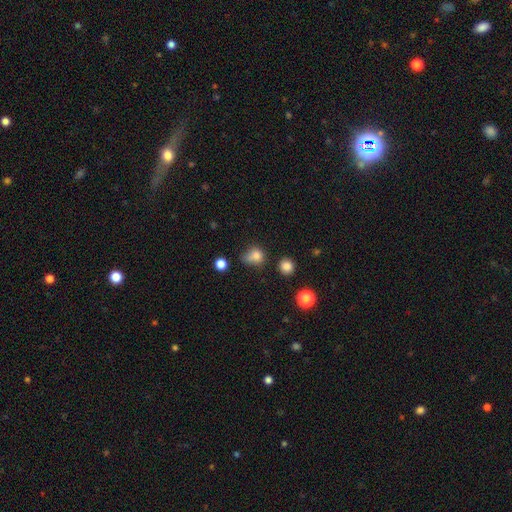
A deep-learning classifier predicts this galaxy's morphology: smooth_or_featured: smooth (p=0.77) [alt: star or artifact p=0.15]
how_rounded: round (p=0.67) [alt: in between p=0.31]
merging: none (p=0.44) [alt: minor disturbance p=0.34]